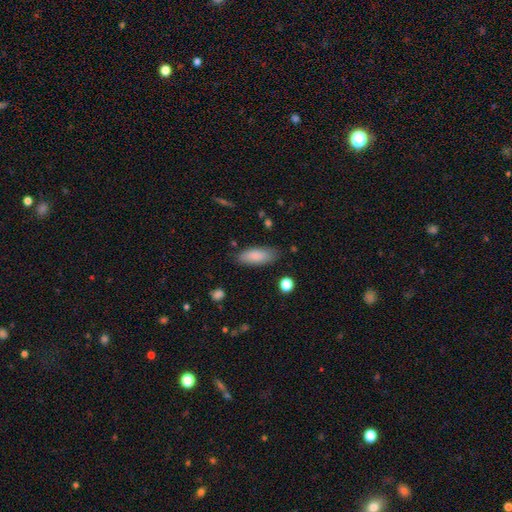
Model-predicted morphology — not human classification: Smooth or featured? Predicted: smooth (p=0.86). How rounded? Predicted: in between (p=0.71). Merging? Predicted: none (p=0.82).